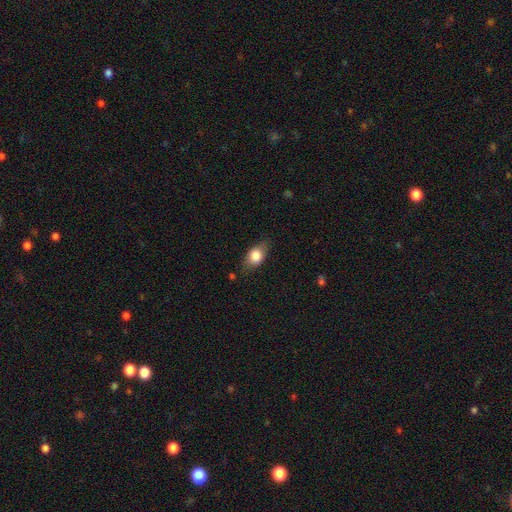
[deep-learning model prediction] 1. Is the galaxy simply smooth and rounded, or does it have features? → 76% smooth, 17% featured or disk, 8% star or artifact.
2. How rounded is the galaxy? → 75% in between, 20% round, 5% cigar-shaped.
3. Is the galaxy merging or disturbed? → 73% none, 19% minor disturbance, 6% major disturbance, 2% merger.